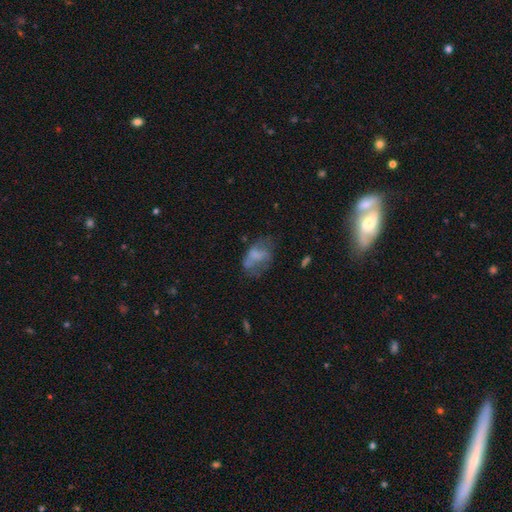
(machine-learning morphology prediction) Q: Smooth or featured?
A: smooth (52%); runner-up: featured or disk (36%)
Q: How rounded?
A: in between (85%); runner-up: round (13%)
Q: Merging?
A: none (39%); runner-up: major disturbance (29%)